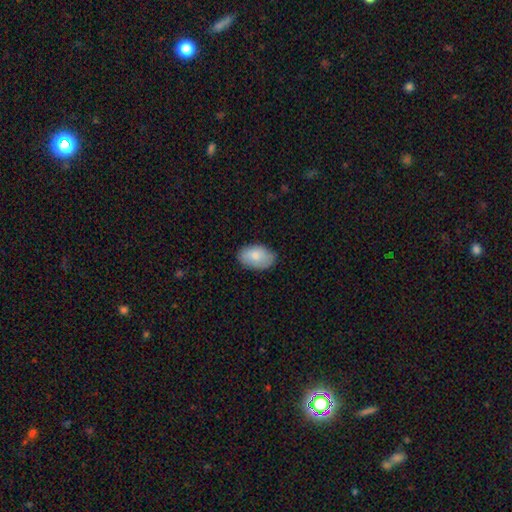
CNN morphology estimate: This appears to be a smooth galaxy with no disk features (82%) that is in between round and cigar-shaped (92%). Merging: none (79%).